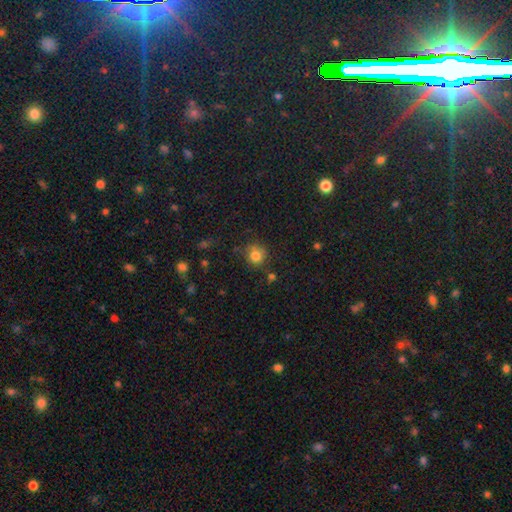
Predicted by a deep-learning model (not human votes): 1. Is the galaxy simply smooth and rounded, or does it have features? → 82% smooth, 12% star or artifact, 6% featured or disk.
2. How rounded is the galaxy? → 89% round, 10% in between, 1% cigar-shaped.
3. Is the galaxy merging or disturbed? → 76% none, 15% minor disturbance, 5% merger, 4% major disturbance.